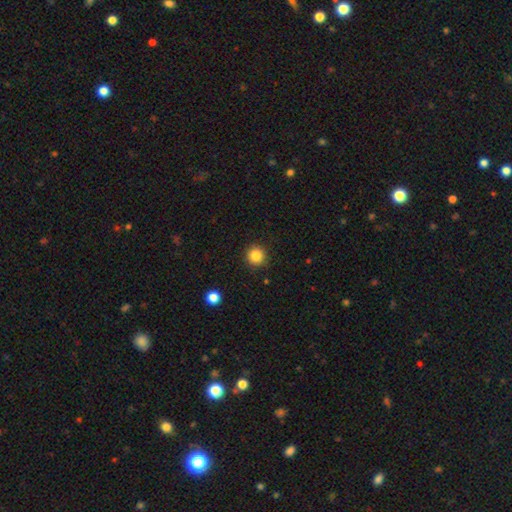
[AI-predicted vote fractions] Q: Smooth or featured?
A: smooth (85%); runner-up: star or artifact (11%)
Q: How rounded?
A: round (95%); runner-up: in between (4%)
Q: Merging?
A: none (91%); runner-up: minor disturbance (6%)